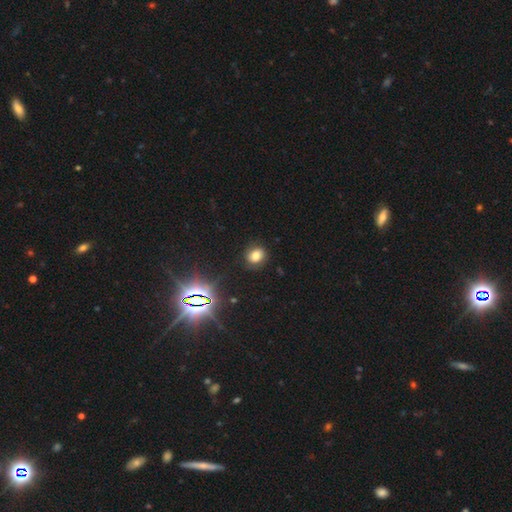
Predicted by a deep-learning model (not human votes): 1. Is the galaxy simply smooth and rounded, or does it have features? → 70% smooth, 20% star or artifact, 10% featured or disk.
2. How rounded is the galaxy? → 58% round, 41% in between, 1% cigar-shaped.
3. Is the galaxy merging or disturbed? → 81% none, 13% minor disturbance, 4% major disturbance, 1% merger.